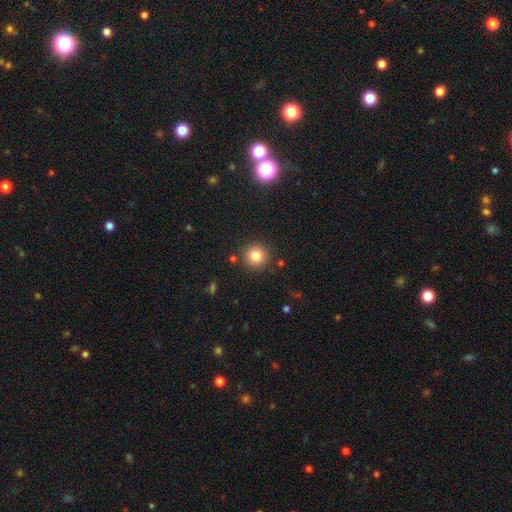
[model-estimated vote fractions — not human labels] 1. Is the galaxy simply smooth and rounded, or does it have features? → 80% smooth, 13% star or artifact, 7% featured or disk.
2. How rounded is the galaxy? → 94% round, 5% in between, 1% cigar-shaped.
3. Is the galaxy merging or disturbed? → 88% none, 7% minor disturbance, 3% merger, 2% major disturbance.